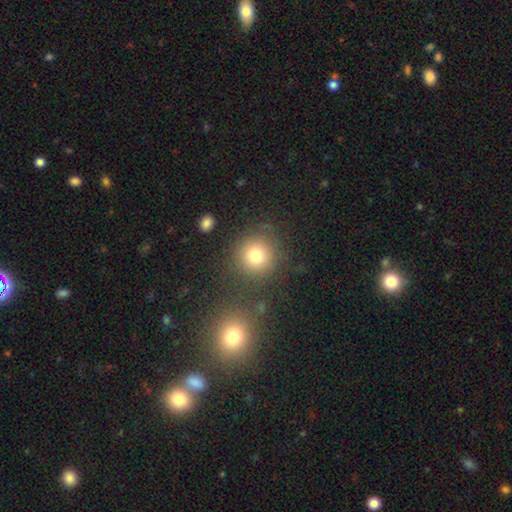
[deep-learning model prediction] smooth_or_featured: smooth (p=0.78) [alt: star or artifact p=0.13]
how_rounded: round (p=0.90) [alt: in between p=0.09]
merging: none (p=0.80) [alt: minor disturbance p=0.10]